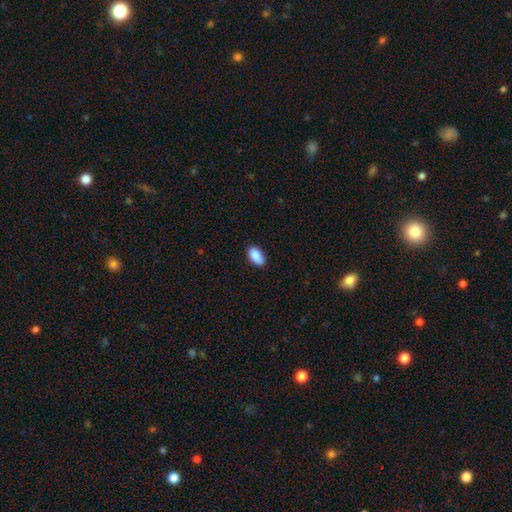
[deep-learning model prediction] The model was most divided on "merging": none: 84%, minor disturbance: 13%, major disturbance: 2%, merger: 1%. More confident: how rounded — in between (94%); smooth or featured — smooth (90%).